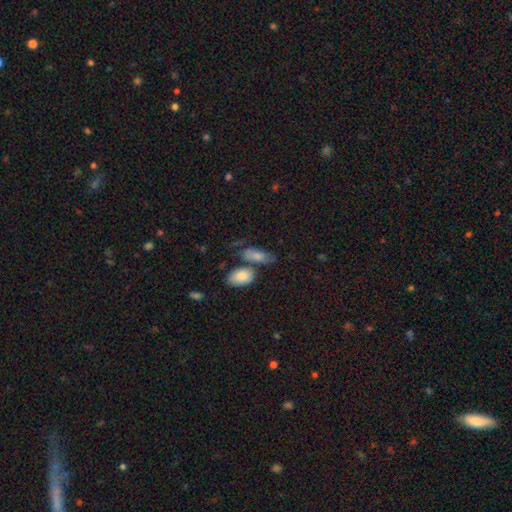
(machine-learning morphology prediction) This is likely a smooth galaxy (77%). How rounded: likely in between (79%). Merging: possibly none (48%).